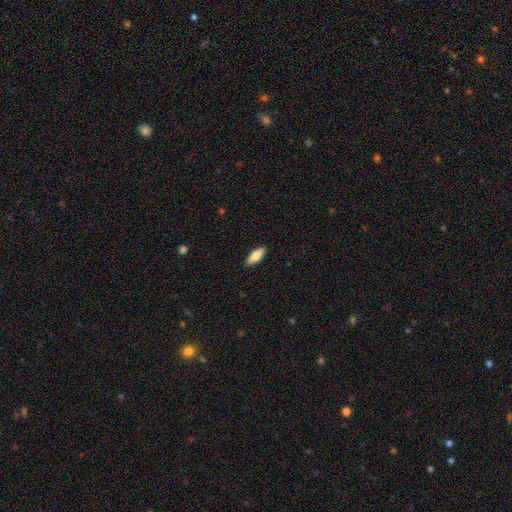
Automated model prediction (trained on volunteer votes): A smooth galaxy with no disk features (72%) that is in between round and cigar-shaped (58%).

Vote fractions:
- Smooth or featured? smooth: 72% / featured or disk: 23% / star or artifact: 6%
- How rounded? in between: 58% / cigar-shaped: 40% / round: 2%
- Merging? none: 90% / minor disturbance: 7% / major disturbance: 2% / merger: 1%